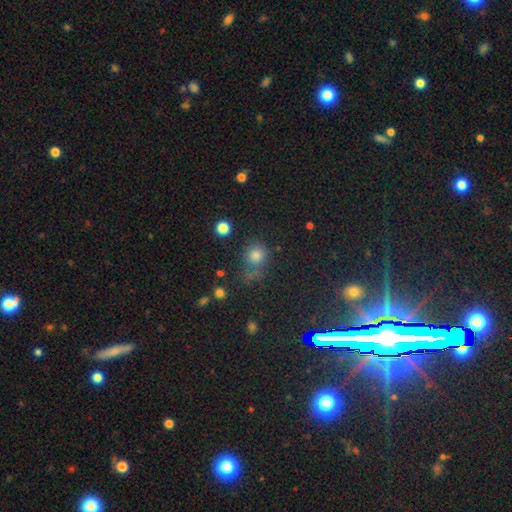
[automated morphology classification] This appears to be a smooth galaxy with no disk features (72%) that is round (82%). Merging: none (59%).